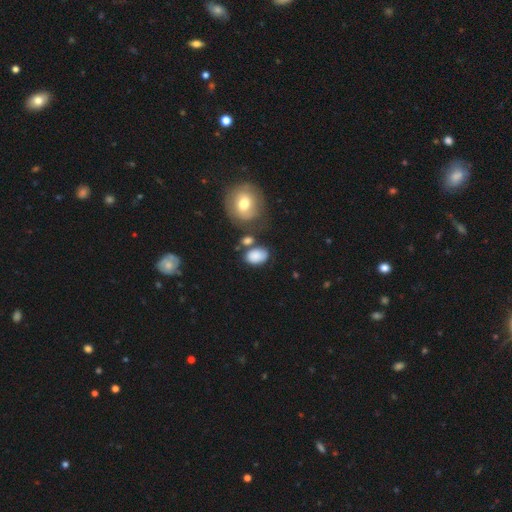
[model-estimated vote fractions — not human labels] A smooth galaxy with no disk features (83%) that is in between round and cigar-shaped (80%).

Vote fractions:
- Smooth or featured? smooth: 83% / featured or disk: 9% / star or artifact: 9%
- How rounded? in between: 80% / round: 19% / cigar-shaped: 1%
- Merging? none: 60% / minor disturbance: 20% / merger: 14% / major disturbance: 7%